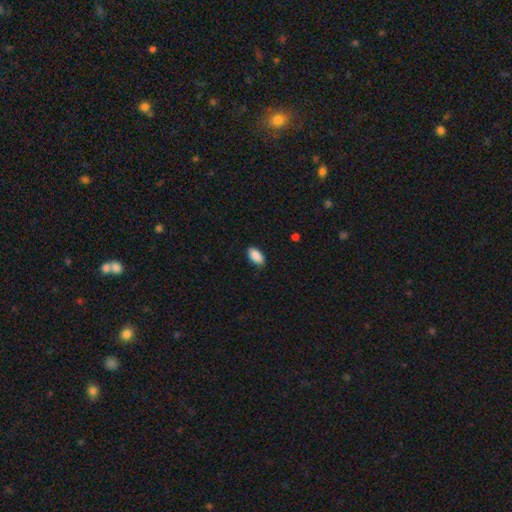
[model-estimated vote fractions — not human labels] Smooth or featured? smooth (90%)
How rounded? in between (93%)
Merging? none (86%)